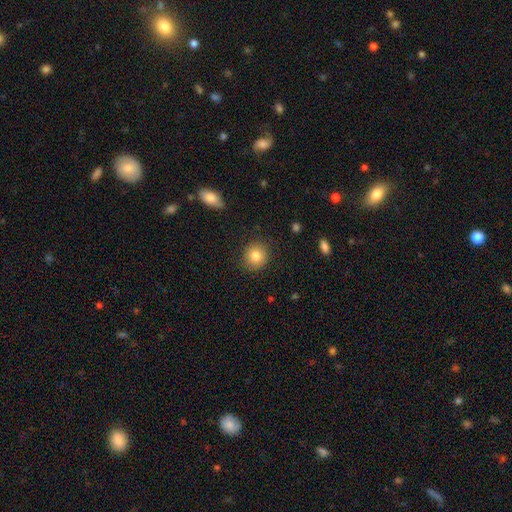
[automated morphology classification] Smooth or featured? smooth (81%)
How rounded? round (88%)
Merging? none (88%)